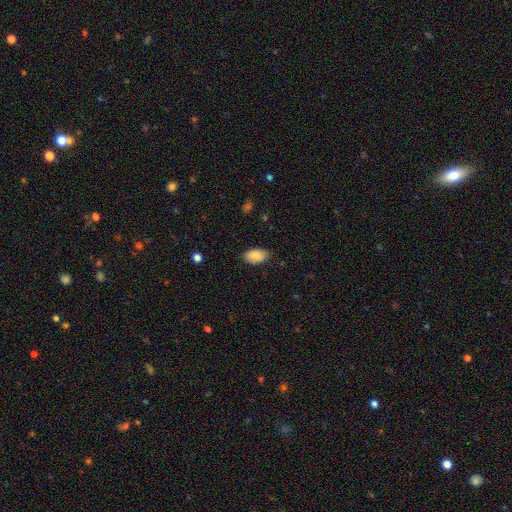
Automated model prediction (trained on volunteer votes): smooth-or-featured: smooth: 84% | featured or disk: 9% | star or artifact: 7%
  how-rounded: in between: 94% | round: 5% | cigar-shaped: 2%
  merging: none: 81% | minor disturbance: 15% | major disturbance: 3% | merger: 1%